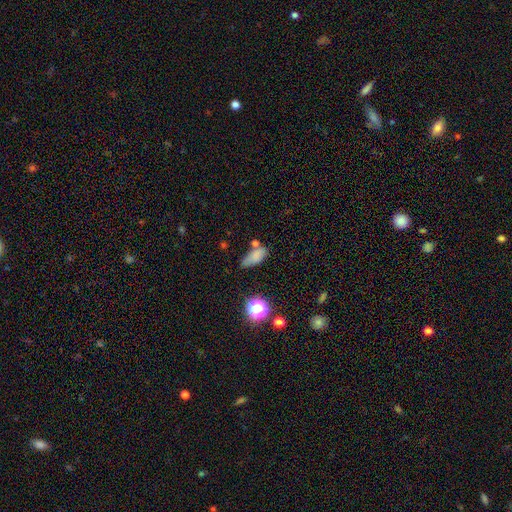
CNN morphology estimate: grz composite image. It shows a smooth galaxy with no disk features (76%) that is in between round and cigar-shaped (78%). Merging: none (53%).